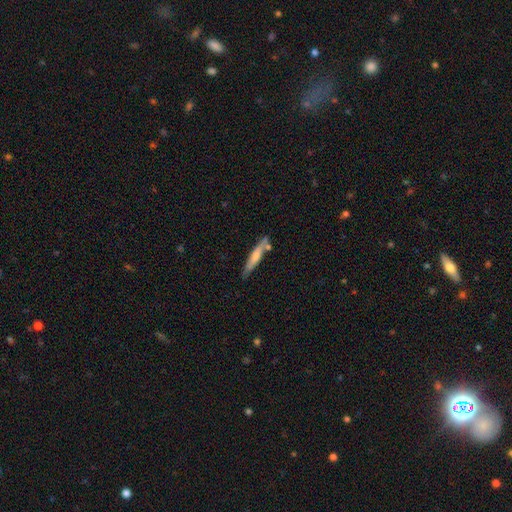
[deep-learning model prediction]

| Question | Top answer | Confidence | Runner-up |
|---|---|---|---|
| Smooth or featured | smooth | 56% | featured or disk (39%) |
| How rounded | cigar-shaped | 91% | in between (8%) |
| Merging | none | 71% | minor disturbance (17%) |